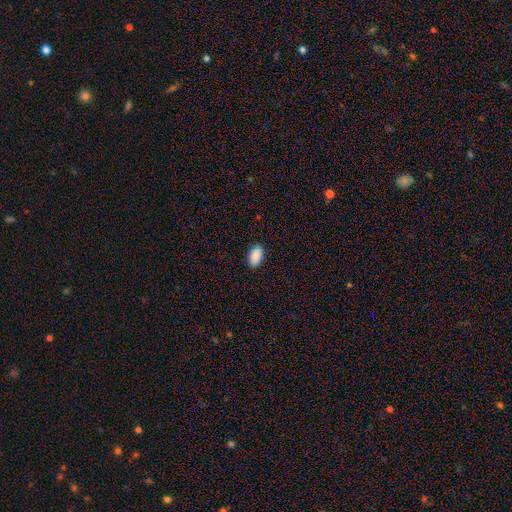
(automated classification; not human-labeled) smooth-or-featured: smooth: 90% | star or artifact: 7% | featured or disk: 3%
  how-rounded: in between: 93% | round: 6% | cigar-shaped: 2%
  merging: none: 86% | minor disturbance: 11% | major disturbance: 2% | merger: 1%